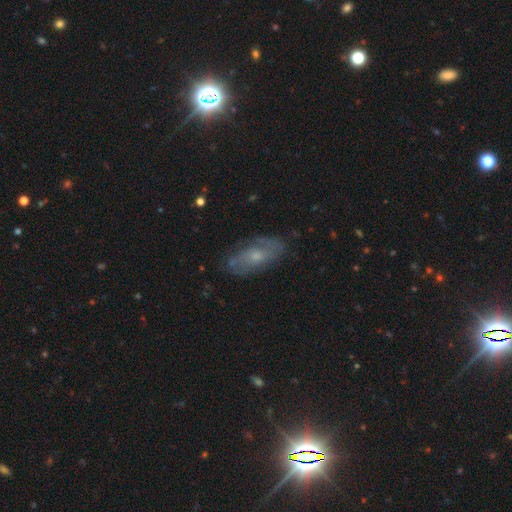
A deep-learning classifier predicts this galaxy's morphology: Smooth or featured?
  - featured or disk: 61% *
  - smooth: 29%
  - star or artifact: 10%
Edge-on disk?
  - no: 87% *
  - yes: 13%
Bar?
  - no: 70% *
  - weak: 26%
  - strong: 4%
Spiral arms?
  - yes: 76% *
  - no: 24%
Bulge size?
  - moderate: 48% *
  - small: 45%
  - none: 4%
  - large: 3%
  - dominant: 1%
Merging?
  - none: 76% *
  - minor disturbance: 17%
  - major disturbance: 5%
  - merger: 1%